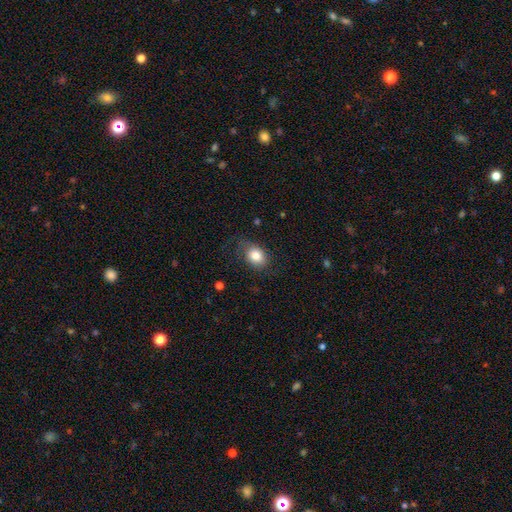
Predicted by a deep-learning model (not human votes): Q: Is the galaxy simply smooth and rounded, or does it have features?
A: smooth — 80%.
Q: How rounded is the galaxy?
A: in between — 59%.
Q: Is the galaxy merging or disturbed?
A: none — 64%.